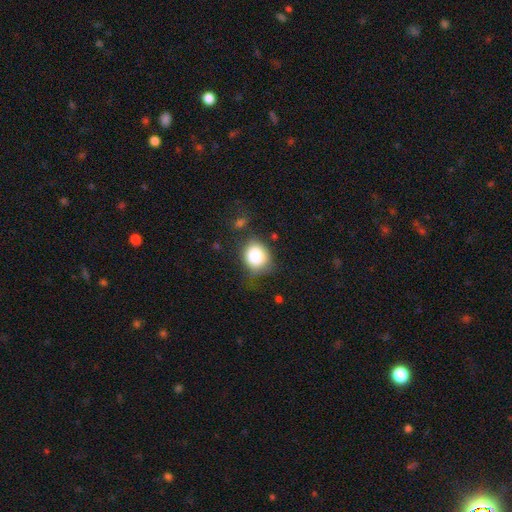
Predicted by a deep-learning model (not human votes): Smooth or featured? Predicted: smooth (p=0.84). How rounded? Predicted: round (p=0.66). Merging? Predicted: none (p=0.59).